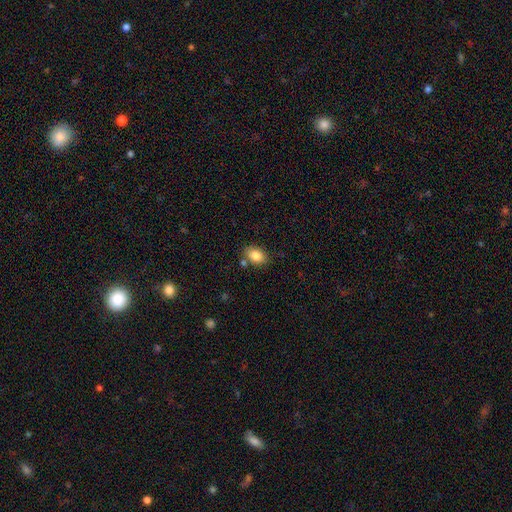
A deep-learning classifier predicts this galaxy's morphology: A smooth galaxy with no disk features (85%) that is in between round and cigar-shaped (78%). Merging: none (76%).